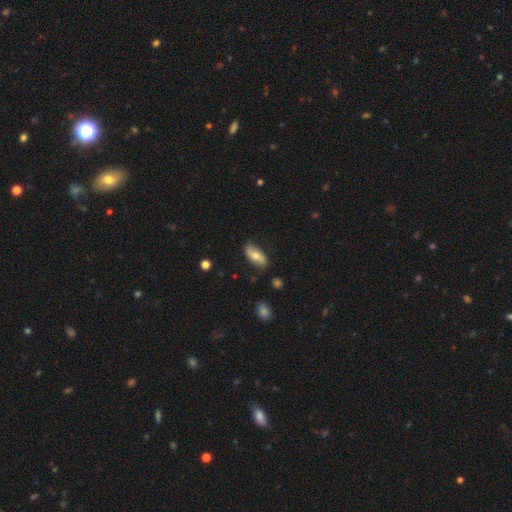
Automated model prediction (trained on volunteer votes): This appears to be a smooth galaxy with no disk features (59%) that is in between round and cigar-shaped (87%). Merging: none (77%).